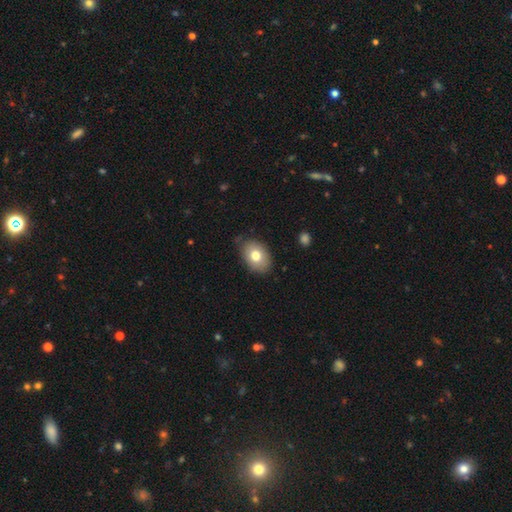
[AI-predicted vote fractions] Morphology: type=smooth (76%); roundness=in between (78%); merging=none (78%).